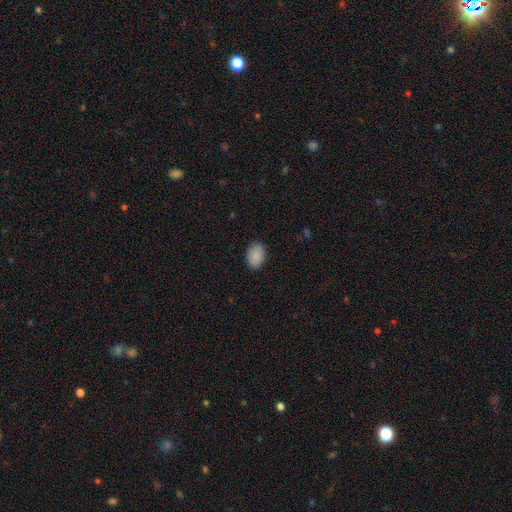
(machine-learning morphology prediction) This is clearly a smooth galaxy (90%). How rounded: clearly in between (85%). Merging: clearly none (88%).